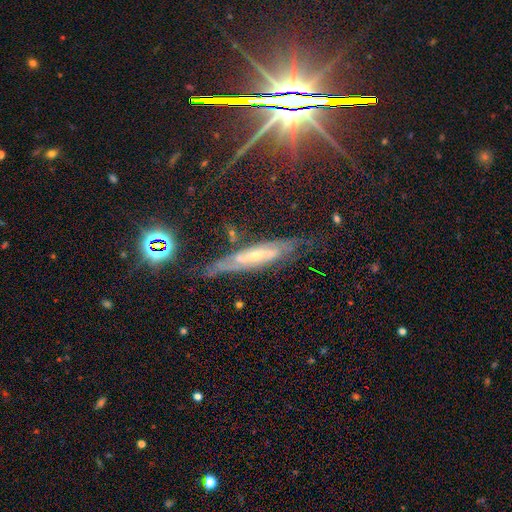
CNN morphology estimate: Smooth or featured: featured or disk — 74% (smooth — 15%)
Edge-on disk: no — 51% (yes — 49%)
Merging: none — 66% (minor disturbance — 23%)